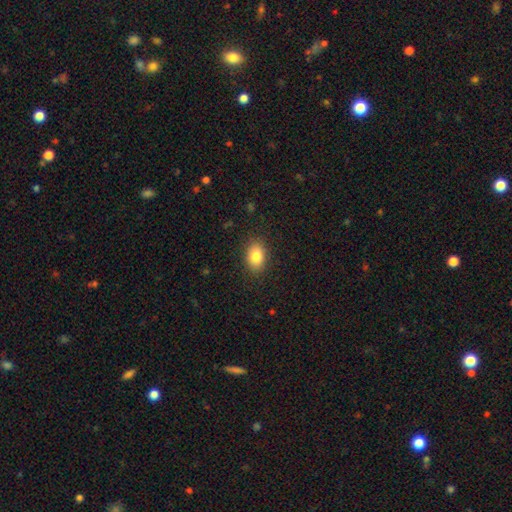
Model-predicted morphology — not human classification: smooth_or_featured: smooth (p=0.83) [alt: star or artifact p=0.08]
how_rounded: in between (p=0.82) [alt: round p=0.17]
merging: none (p=0.87) [alt: minor disturbance p=0.09]